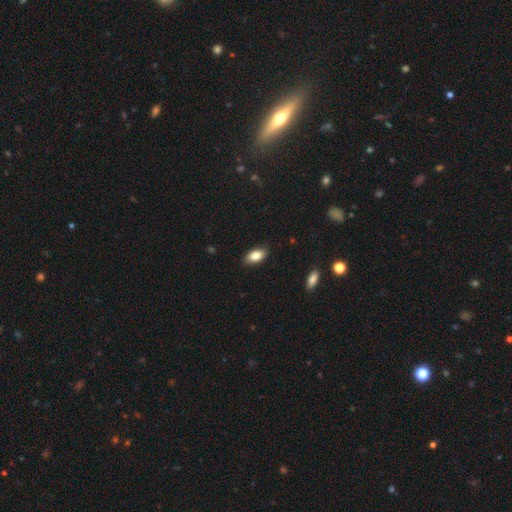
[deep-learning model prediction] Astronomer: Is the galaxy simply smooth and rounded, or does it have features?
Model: smooth — 83%.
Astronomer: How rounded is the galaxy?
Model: in between — 91%.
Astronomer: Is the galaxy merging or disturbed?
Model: none — 87%.